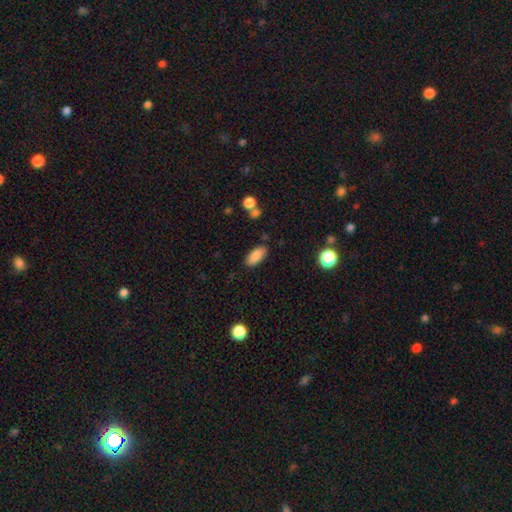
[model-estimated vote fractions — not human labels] A smooth galaxy with no disk features (87%) that is in between round and cigar-shaped (88%). Merging: none (85%).